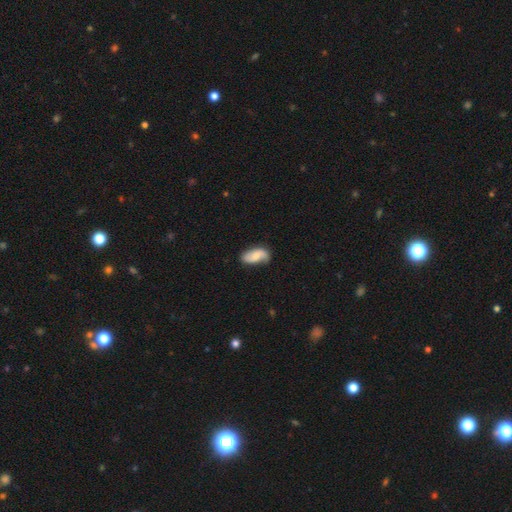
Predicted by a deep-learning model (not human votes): This is possibly a smooth galaxy (49%). Merging: likely none (66%).